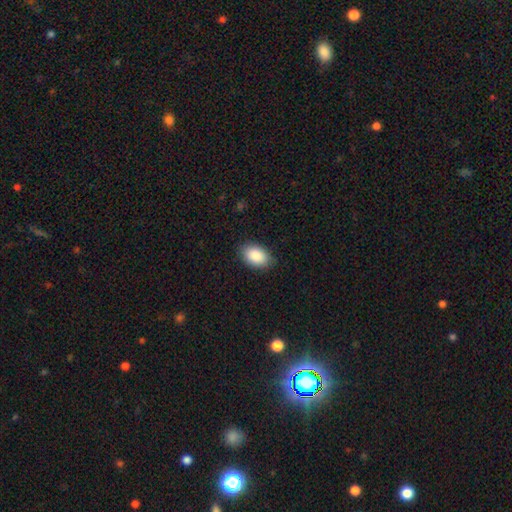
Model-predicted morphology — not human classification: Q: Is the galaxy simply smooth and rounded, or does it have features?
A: smooth — 89%.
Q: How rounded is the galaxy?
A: in between — 90%.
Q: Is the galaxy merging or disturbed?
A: none — 85%.